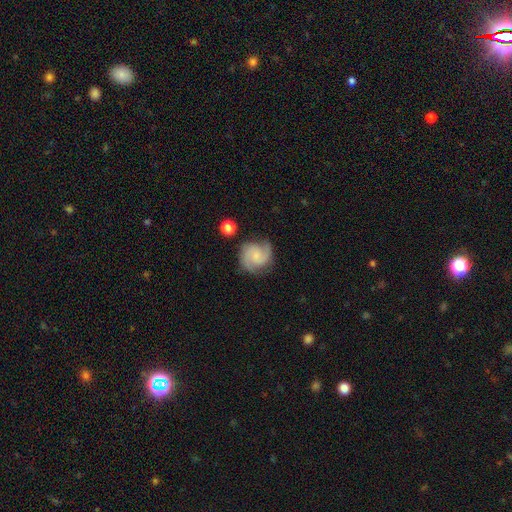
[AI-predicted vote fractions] Smooth or featured: featured or disk — 80% (smooth — 13%)
Edge-on disk: no — 98% (yes — 2%)
Bar: no — 63% (weak — 32%)
Spiral arms: yes — 97% (no — 3%)
Spiral winding: medium — 50% (tight — 35%)
Spiral arm count: 2 — 67% (3 — 19%)
Bulge size: small — 58% (none — 23%)
Merging: none — 75% (minor disturbance — 16%)